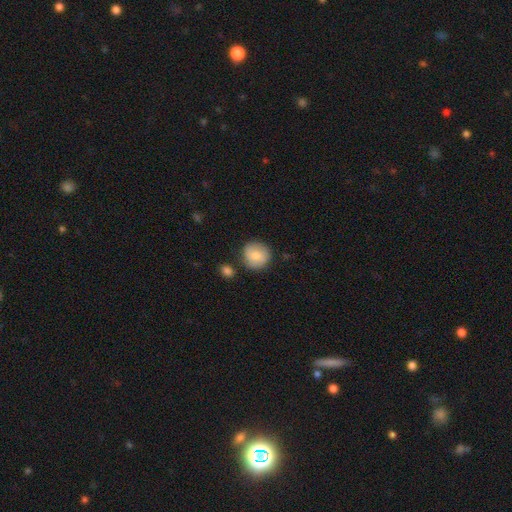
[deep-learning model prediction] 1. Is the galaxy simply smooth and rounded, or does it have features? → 76% smooth, 17% featured or disk, 7% star or artifact.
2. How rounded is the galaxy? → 92% round, 7% in between, 1% cigar-shaped.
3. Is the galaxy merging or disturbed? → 78% none, 14% minor disturbance, 5% merger, 3% major disturbance.